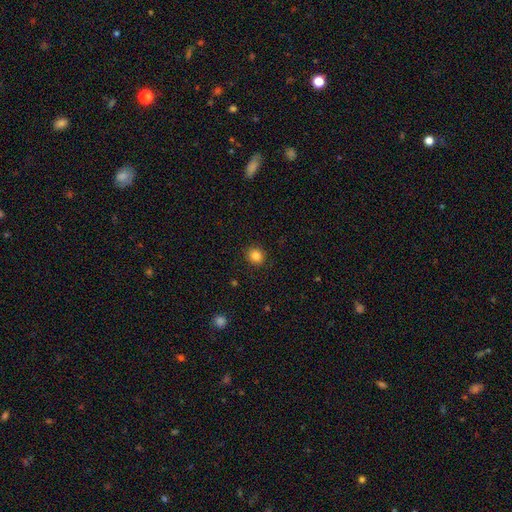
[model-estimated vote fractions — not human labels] smooth 85%, star or artifact 11%, featured or disk 4%. Down the decision tree: how rounded — round (85%); merging — none (91%).